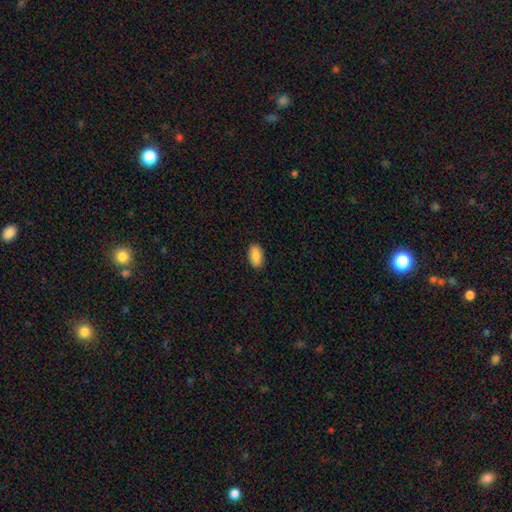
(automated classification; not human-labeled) Smooth or featured? Predicted: smooth (p=0.88). How rounded? Predicted: in between (p=0.93). Merging? Predicted: none (p=0.90).